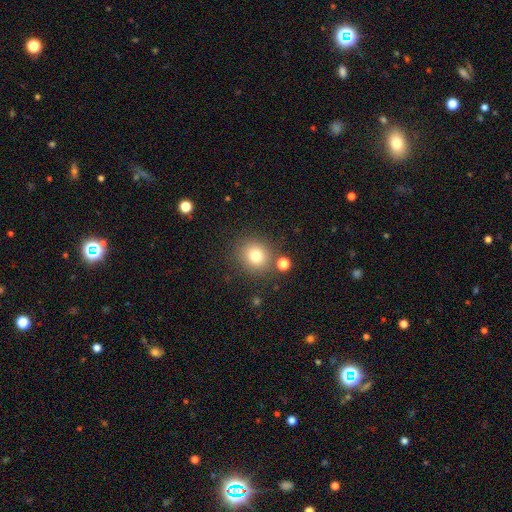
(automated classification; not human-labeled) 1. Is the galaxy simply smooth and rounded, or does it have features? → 78% smooth, 14% star or artifact, 9% featured or disk.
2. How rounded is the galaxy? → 88% round, 11% in between, 1% cigar-shaped.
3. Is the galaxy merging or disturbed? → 82% none, 9% minor disturbance, 6% merger, 3% major disturbance.